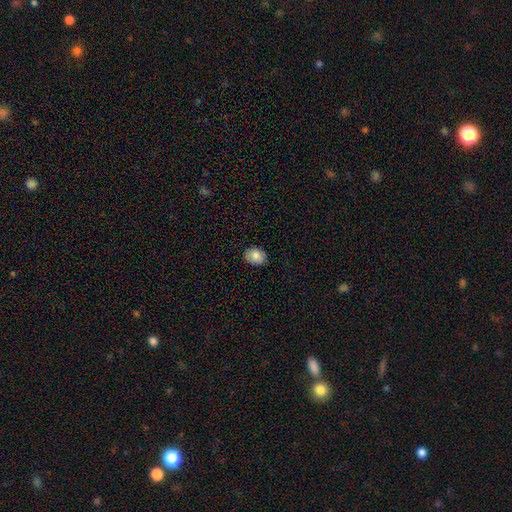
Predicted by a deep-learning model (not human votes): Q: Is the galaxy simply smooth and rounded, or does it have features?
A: smooth — 85%.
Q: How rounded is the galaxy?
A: in between — 65%.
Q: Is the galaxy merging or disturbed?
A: none — 86%.